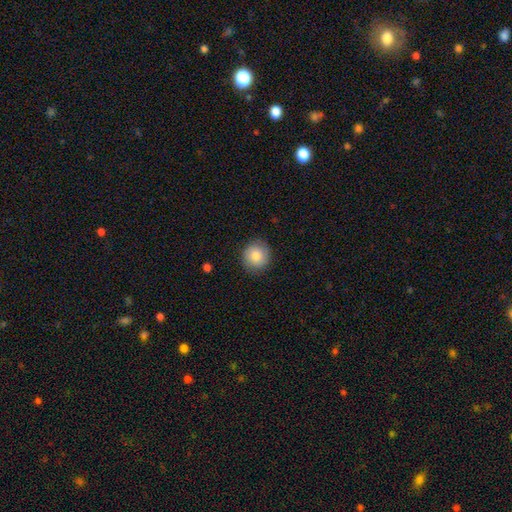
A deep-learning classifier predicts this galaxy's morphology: The model was most divided on "smooth or featured": smooth: 82%, featured or disk: 10%, star or artifact: 8%. More confident: how rounded — round (90%); merging — none (88%).